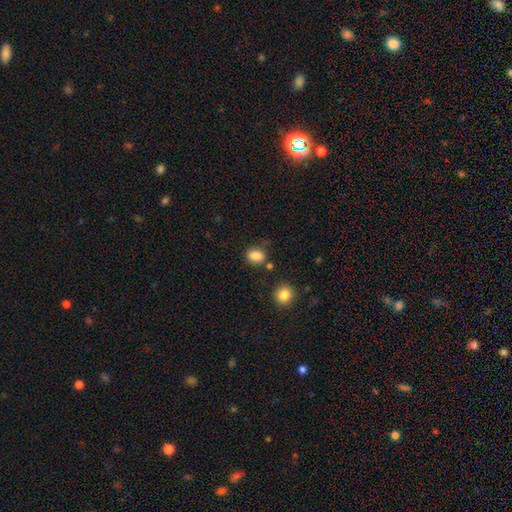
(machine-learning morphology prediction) A smooth galaxy with no disk features (84%) that is in between round and cigar-shaped (57%).

Vote fractions:
- Smooth or featured? smooth: 84% / star or artifact: 11% / featured or disk: 5%
- How rounded? in between: 57% / round: 42% / cigar-shaped: 1%
- Merging? none: 71% / minor disturbance: 17% / merger: 7% / major disturbance: 5%